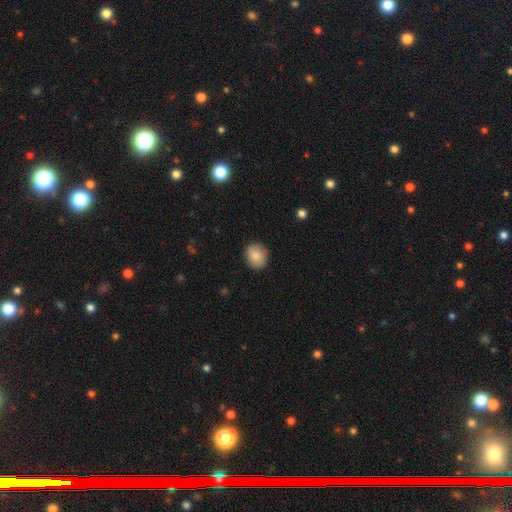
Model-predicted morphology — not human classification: Overall: smooth (86%). How rounded: round (71%). Merging: none (89%).